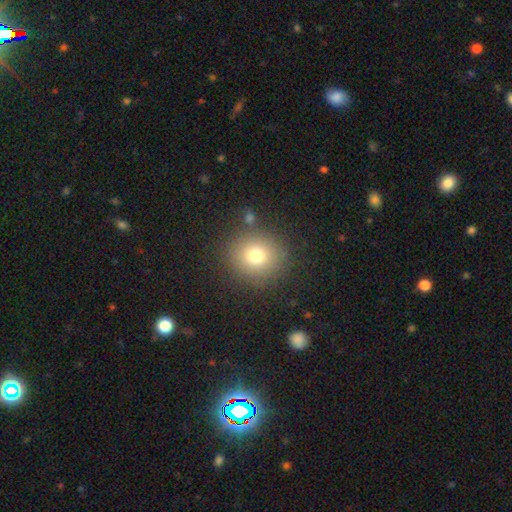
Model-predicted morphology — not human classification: Smooth or featured?
  - smooth: 76% *
  - star or artifact: 14%
  - featured or disk: 10%
How rounded?
  - round: 88% *
  - in between: 11%
  - cigar-shaped: 1%
Merging?
  - none: 85% *
  - minor disturbance: 8%
  - major disturbance: 4%
  - merger: 3%